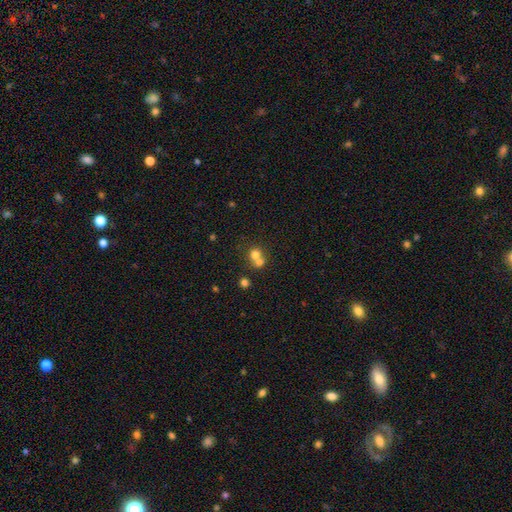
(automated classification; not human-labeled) The model was most divided on "merging": merger: 58%, none: 34%, minor disturbance: 5%, major disturbance: 3%. More confident: how rounded — round (83%); smooth or featured — smooth (71%).